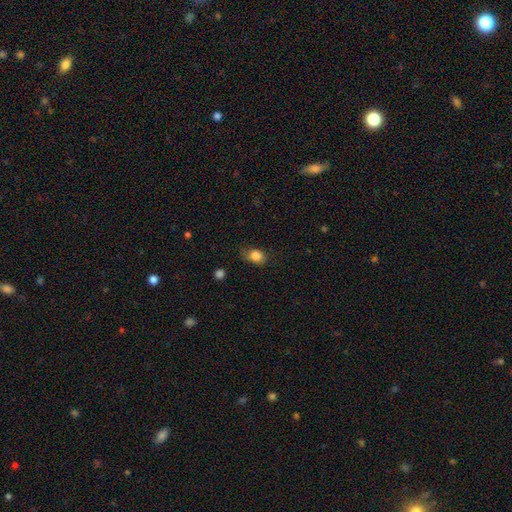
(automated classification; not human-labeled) Smooth or featured: smooth — 85% (star or artifact — 10%)
How rounded: in between — 55% (round — 44%)
Merging: none — 60% (minor disturbance — 30%)